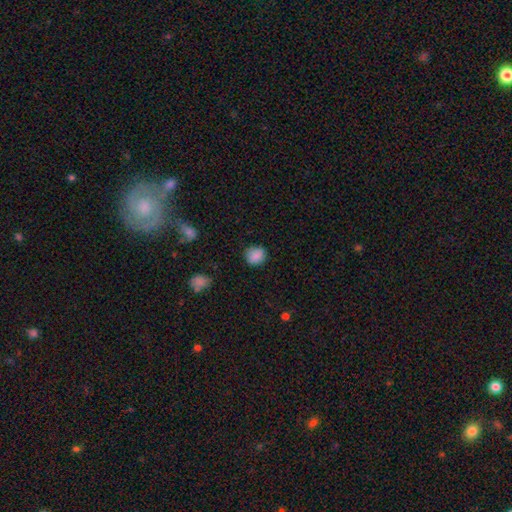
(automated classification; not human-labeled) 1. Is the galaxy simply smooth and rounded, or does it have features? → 87% smooth, 9% star or artifact, 4% featured or disk.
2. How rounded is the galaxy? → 78% round, 21% in between, 1% cigar-shaped.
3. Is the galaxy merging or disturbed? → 83% none, 13% minor disturbance, 3% major disturbance, 1% merger.